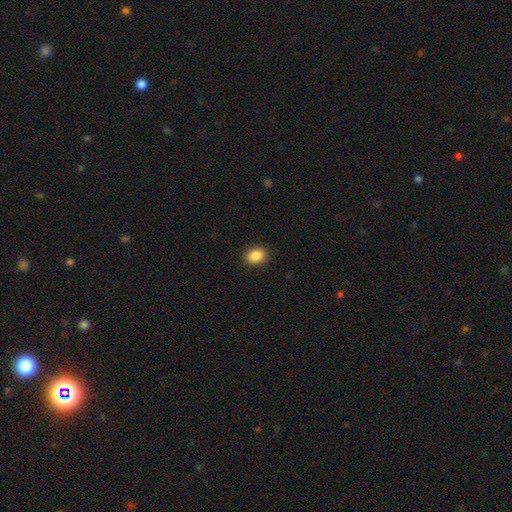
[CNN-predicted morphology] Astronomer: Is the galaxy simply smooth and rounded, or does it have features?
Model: smooth — 87%.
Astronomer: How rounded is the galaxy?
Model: in between — 54% (runner-up: round, 45%).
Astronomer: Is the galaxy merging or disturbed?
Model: none — 89%.